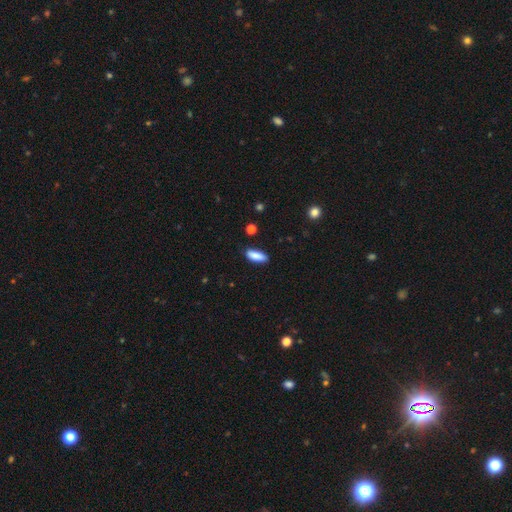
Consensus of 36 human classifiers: Smooth or featured? smooth (81%)
How rounded? in between (76%)
Merging? none (69%)